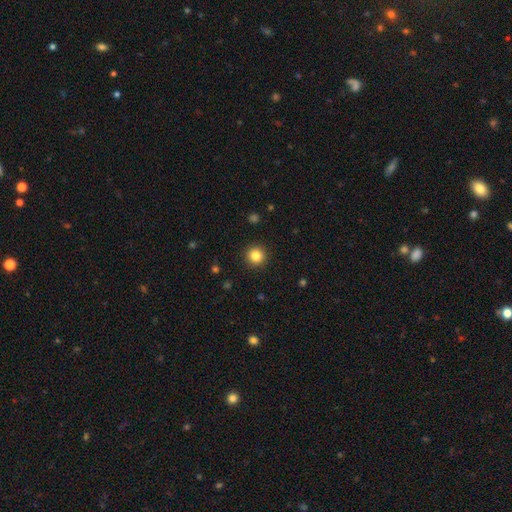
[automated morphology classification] Smooth or featured: smooth — 84% (star or artifact — 11%)
How rounded: round — 95% (in between — 4%)
Merging: none — 92% (minor disturbance — 5%)